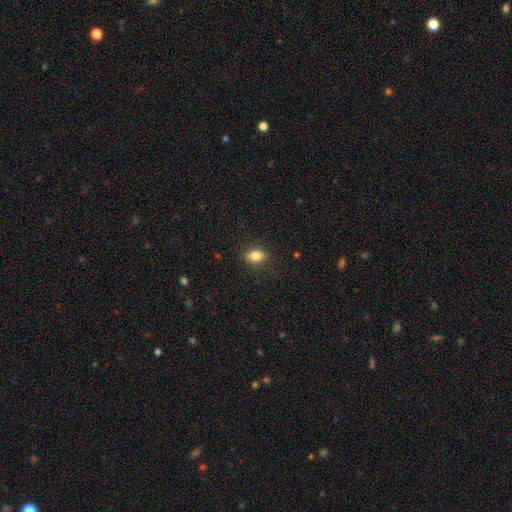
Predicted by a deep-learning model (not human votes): Morphology: type=smooth (82%); roundness=in between (75%); merging=none (86%).